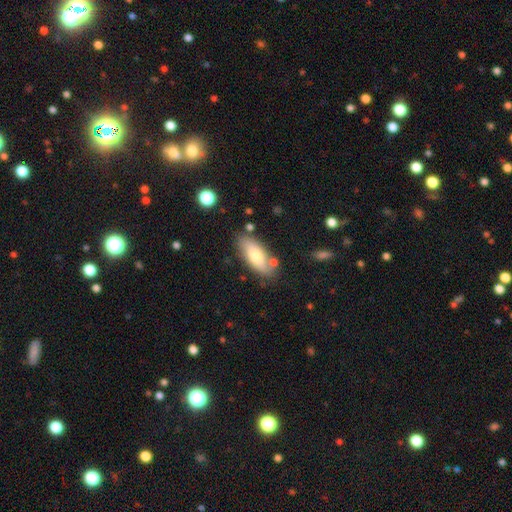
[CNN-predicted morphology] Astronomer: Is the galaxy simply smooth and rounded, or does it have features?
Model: smooth — 67%.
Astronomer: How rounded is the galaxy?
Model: in between — 81%.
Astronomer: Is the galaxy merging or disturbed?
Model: none — 77%.